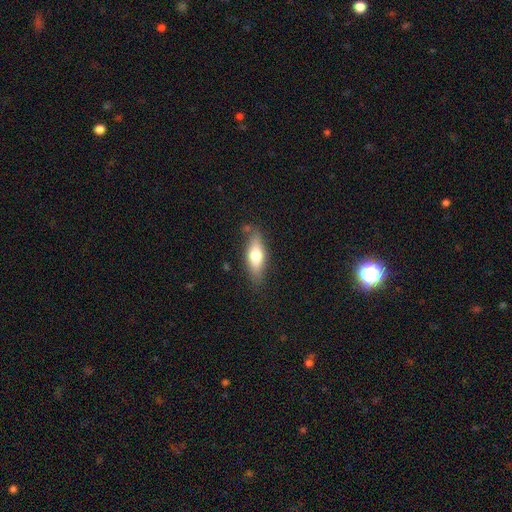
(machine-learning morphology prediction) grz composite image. It shows a smooth galaxy with no disk features (63%) that is in between round and cigar-shaped (61%). Merging: none (79%).